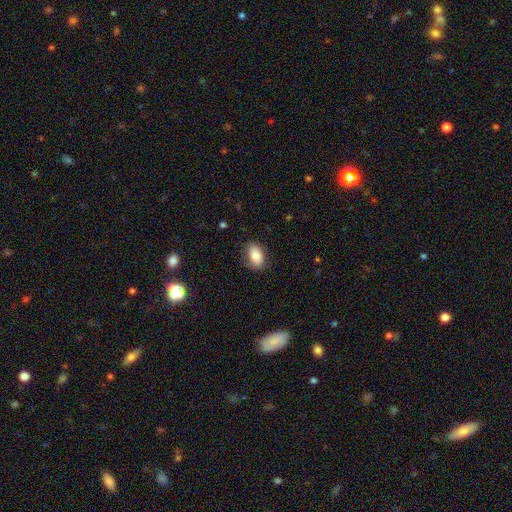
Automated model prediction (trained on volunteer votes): Morphology: type=smooth (82%); roundness=in between (88%); merging=none (78%).